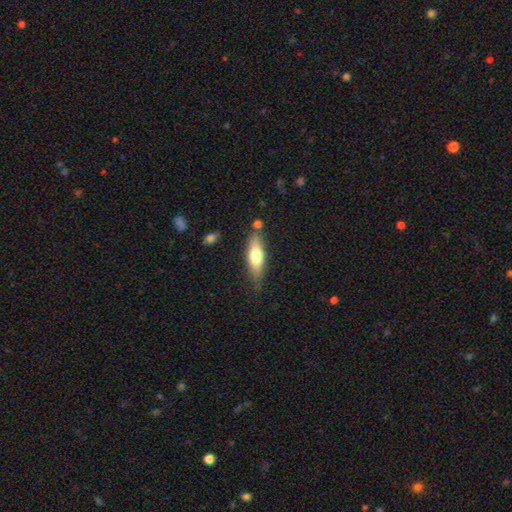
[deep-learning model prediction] Morphology: type=smooth (65%); roundness=cigar-shaped (51%); merging=none (76%).